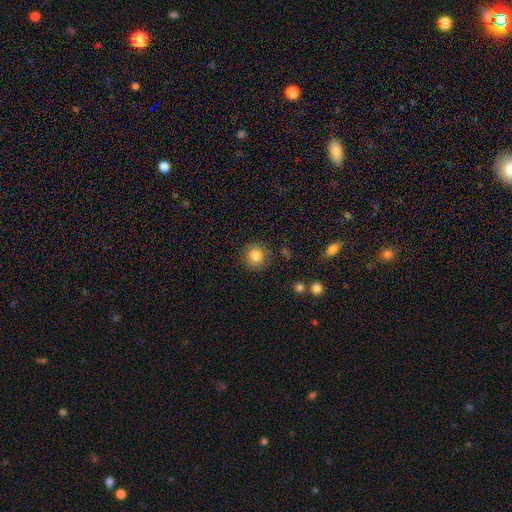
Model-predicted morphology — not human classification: Smooth or featured?
  - smooth: 83% *
  - star or artifact: 10%
  - featured or disk: 7%
How rounded?
  - round: 92% *
  - in between: 7%
  - cigar-shaped: 1%
Merging?
  - none: 85% *
  - minor disturbance: 10%
  - major disturbance: 3%
  - merger: 2%